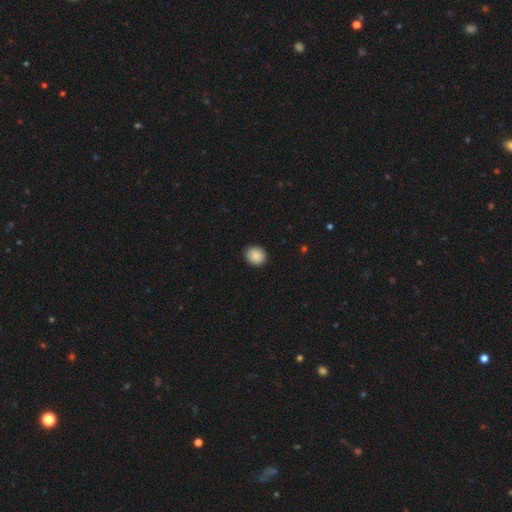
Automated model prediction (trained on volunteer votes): A smooth galaxy with no disk features (89%) that is round (74%).

Vote fractions:
- Smooth or featured? smooth: 89% / star or artifact: 8% / featured or disk: 3%
- How rounded? round: 74% / in between: 25% / cigar-shaped: 1%
- Merging? none: 91% / minor disturbance: 7% / major disturbance: 2% / merger: 1%